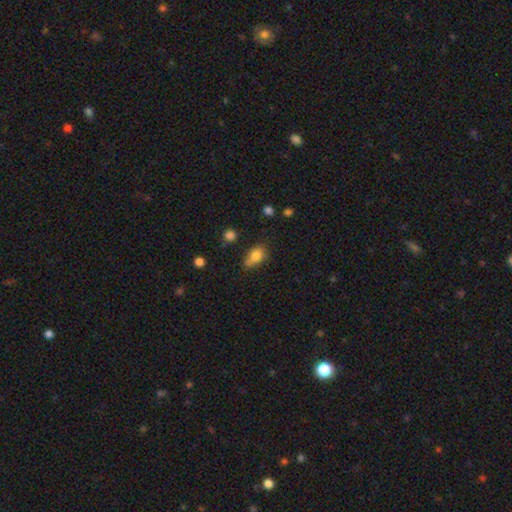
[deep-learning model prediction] A smooth galaxy with no disk features (78%) that is in between round and cigar-shaped (75%). Merging: none (48%).